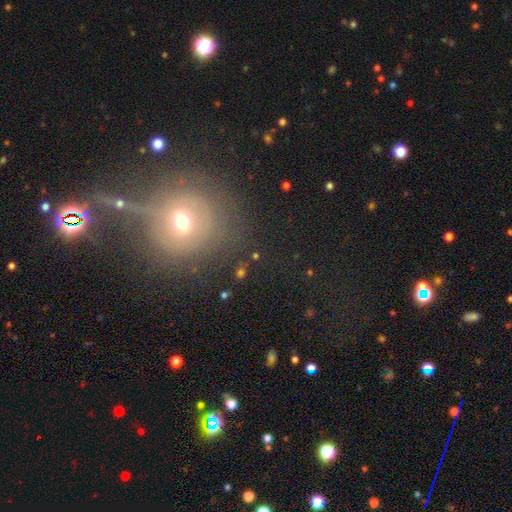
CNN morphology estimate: smooth-or-featured: smooth: 49% | star or artifact: 30% | featured or disk: 21%
  merging: none: 76% | minor disturbance: 11% | major disturbance: 8% | merger: 5%